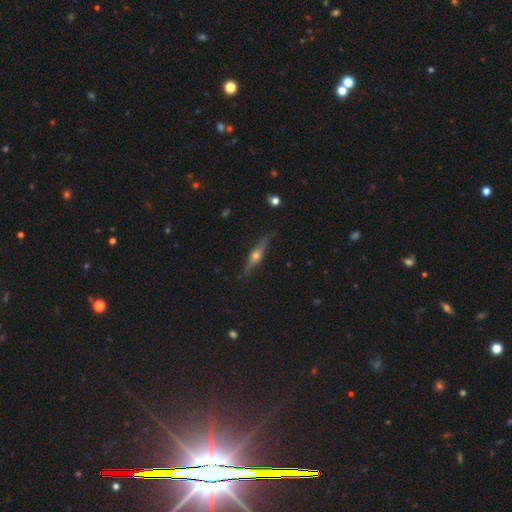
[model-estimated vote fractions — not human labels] The model was most divided on "smooth or featured": featured or disk: 72%, smooth: 21%, star or artifact: 7%. More confident: edge-on disk — yes (97%); edge-on bulge — rounded (94%); merging — none (87%).